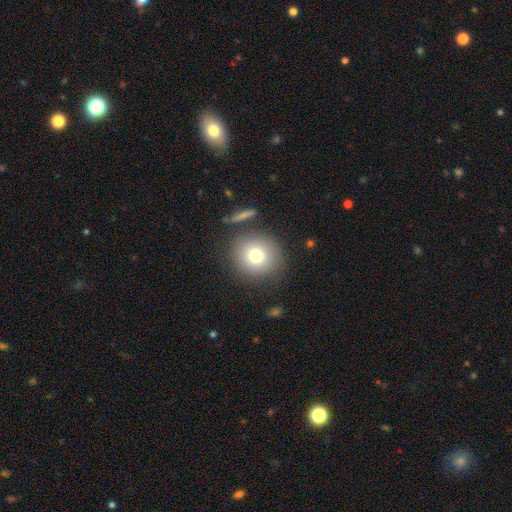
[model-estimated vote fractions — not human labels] Smooth or featured?
  - smooth: 75% *
  - featured or disk: 13%
  - star or artifact: 12%
How rounded?
  - round: 92% *
  - in between: 7%
  - cigar-shaped: 1%
Merging?
  - none: 83% *
  - minor disturbance: 9%
  - merger: 4%
  - major disturbance: 4%